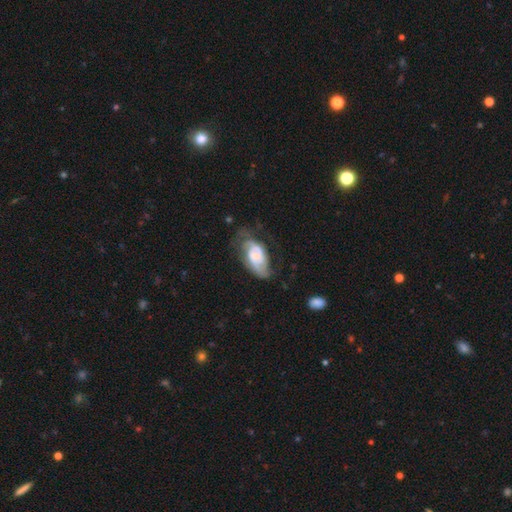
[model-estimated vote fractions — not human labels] This is likely a featured or disk galaxy (70%). It is clearly not viewed edge-on (95%). Bar: possibly no (55%). Spiral arm pattern: clearly yes (87%). Spiral arm count: likely 2 (64%). Spiral winding: marginally tight (41%, tied with medium). Central bulge: marginally small (43%). Merging: possibly none (46%).